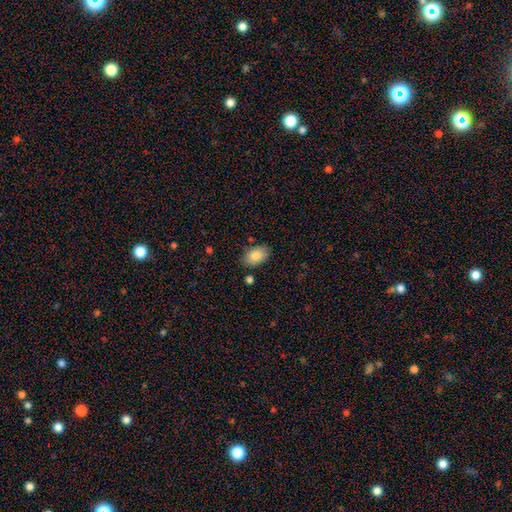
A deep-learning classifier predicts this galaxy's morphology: Smooth or featured: smooth — 84% (featured or disk — 9%)
How rounded: in between — 91% (round — 8%)
Merging: none — 81% (minor disturbance — 13%)